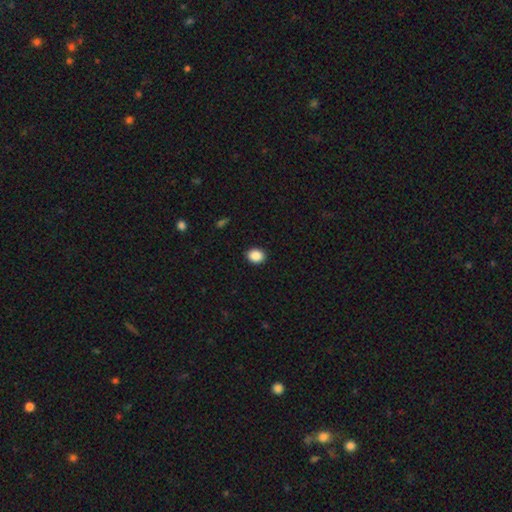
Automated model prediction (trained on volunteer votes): Smooth or featured?
  - smooth: 89% *
  - star or artifact: 8%
  - featured or disk: 3%
How rounded?
  - round: 50% *
  - in between: 49%
  - cigar-shaped: 1%
Merging?
  - none: 91% *
  - minor disturbance: 6%
  - major disturbance: 2%
  - merger: 1%